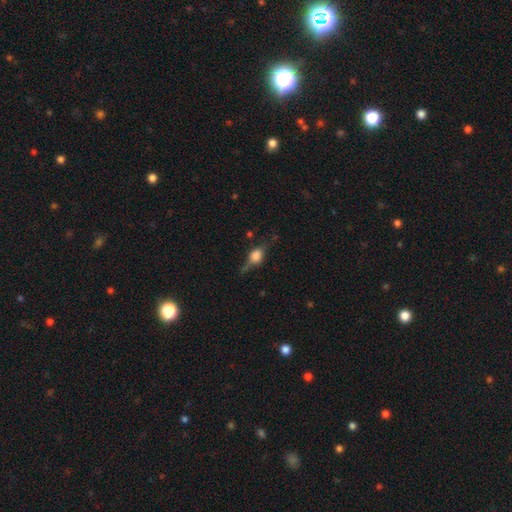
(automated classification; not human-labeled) smooth-or-featured: smooth: 47% | featured or disk: 41% | star or artifact: 12%
  merging: none: 52% | minor disturbance: 28% | major disturbance: 16% | merger: 3%